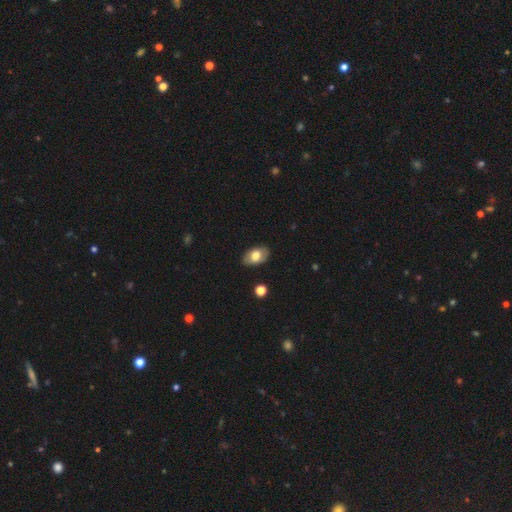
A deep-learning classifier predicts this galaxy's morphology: Smooth or featured? smooth (70%)
How rounded? in between (92%)
Merging? none (84%)